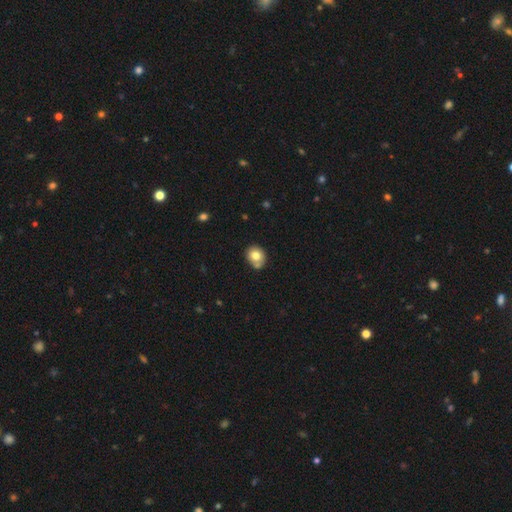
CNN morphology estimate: smooth_or_featured: smooth (p=0.77) [alt: featured or disk p=0.13]
how_rounded: round (p=0.67) [alt: in between p=0.32]
merging: none (p=0.66) [alt: minor disturbance p=0.16]